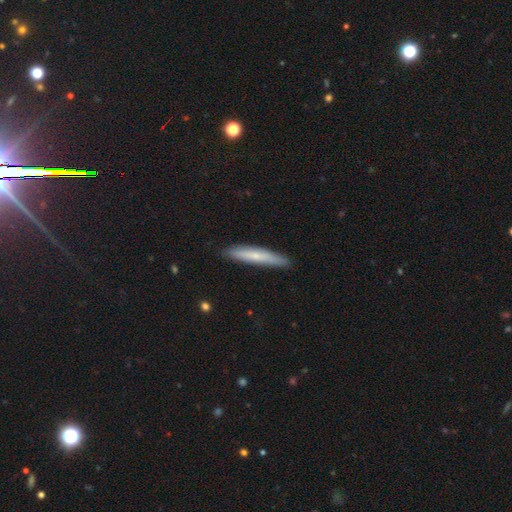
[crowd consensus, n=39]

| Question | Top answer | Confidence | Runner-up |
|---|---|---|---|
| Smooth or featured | smooth | 67% | featured or disk (31%) |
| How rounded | cigar-shaped | 88% | in between (12%) |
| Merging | none | 82% | minor disturbance (18%) |